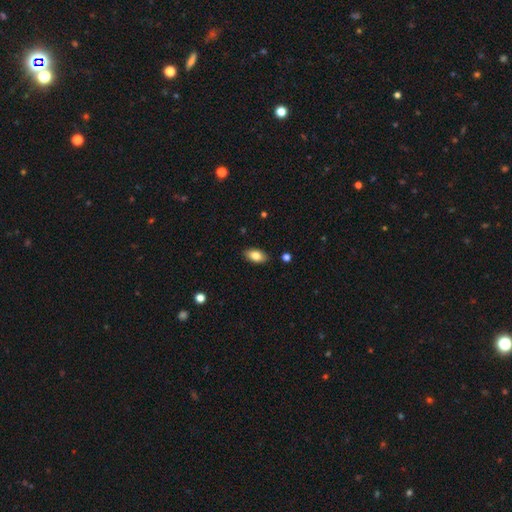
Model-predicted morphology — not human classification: Overall: smooth (82%). How rounded: in between (92%). Merging: none (87%).